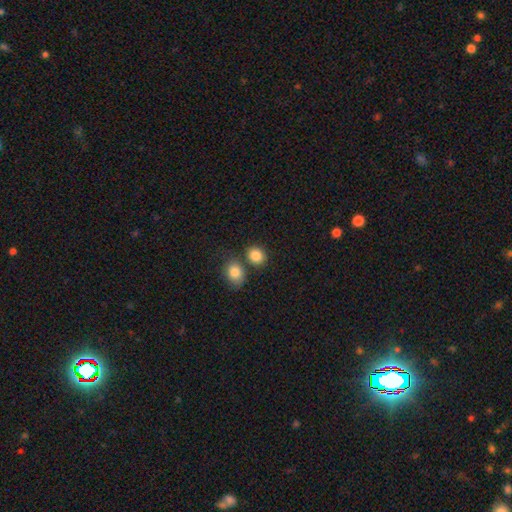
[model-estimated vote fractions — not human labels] Morphology: type=smooth (85%); roundness=round (66%); merging=none (64%).